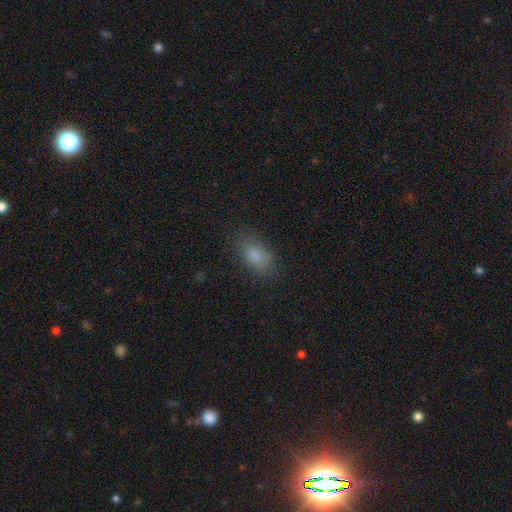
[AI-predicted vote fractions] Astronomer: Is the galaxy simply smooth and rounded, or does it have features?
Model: smooth — 82%.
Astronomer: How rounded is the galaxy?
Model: in between — 89%.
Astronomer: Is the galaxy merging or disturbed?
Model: none — 81%.